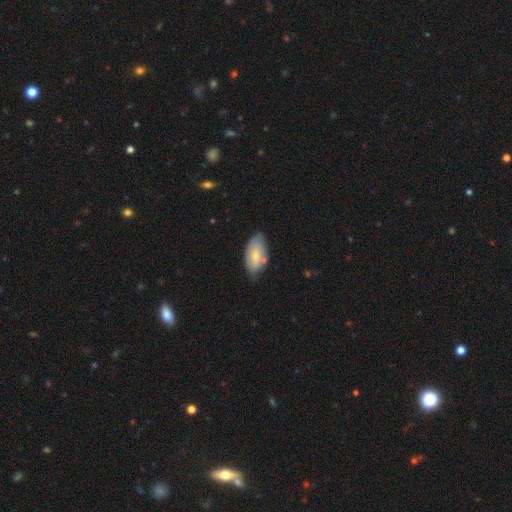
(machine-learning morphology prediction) Smooth or featured?
  - smooth: 71% *
  - featured or disk: 23%
  - star or artifact: 6%
How rounded?
  - in between: 93% *
  - cigar-shaped: 4%
  - round: 3%
Merging?
  - none: 67% *
  - minor disturbance: 22%
  - merger: 7%
  - major disturbance: 4%